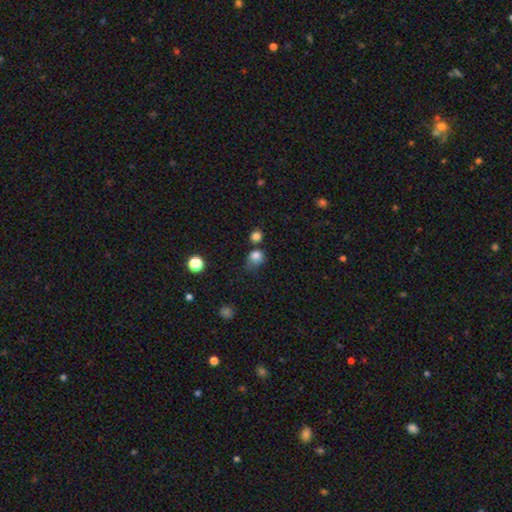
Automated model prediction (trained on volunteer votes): Smooth or featured?
  - smooth: 80% *
  - star or artifact: 14%
  - featured or disk: 6%
How rounded?
  - round: 75% *
  - in between: 24%
  - cigar-shaped: 1%
Merging?
  - none: 51% *
  - minor disturbance: 25%
  - merger: 14%
  - major disturbance: 10%